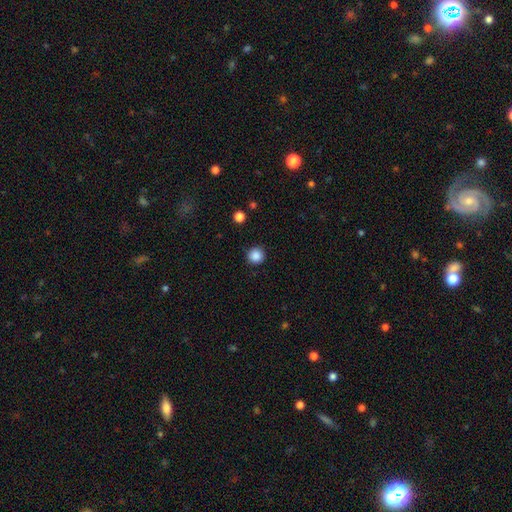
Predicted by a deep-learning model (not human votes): Smooth or featured?
  - smooth: 87% *
  - star or artifact: 10%
  - featured or disk: 3%
How rounded?
  - round: 95% *
  - in between: 4%
  - cigar-shaped: 1%
Merging?
  - none: 92% *
  - minor disturbance: 5%
  - major disturbance: 2%
  - merger: 1%